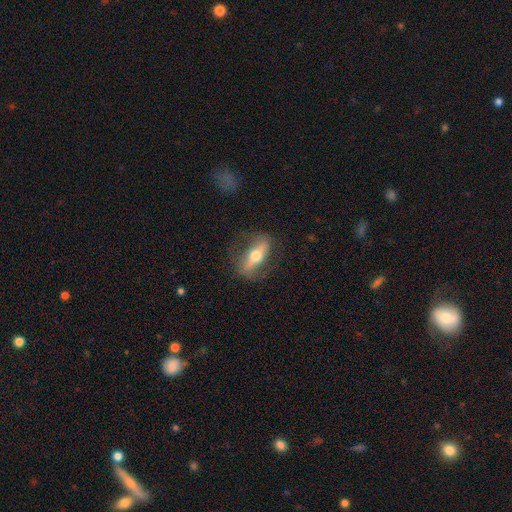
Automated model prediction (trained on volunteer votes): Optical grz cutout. It shows a featured or disk galaxy (63%) viewed edge-on (55%). Merging: none (79%).